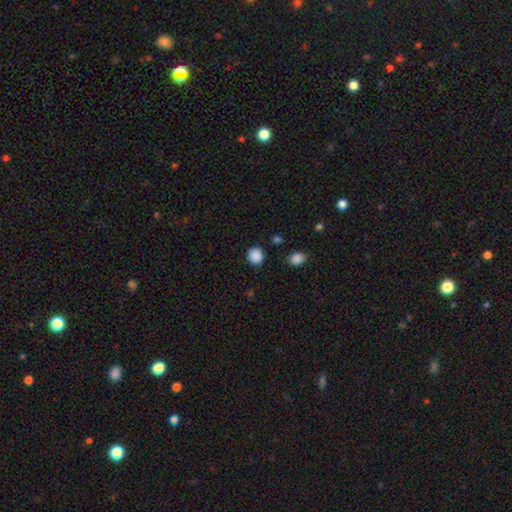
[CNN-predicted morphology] type=smooth (88%); roundness=round (85%); merging=none (89%).